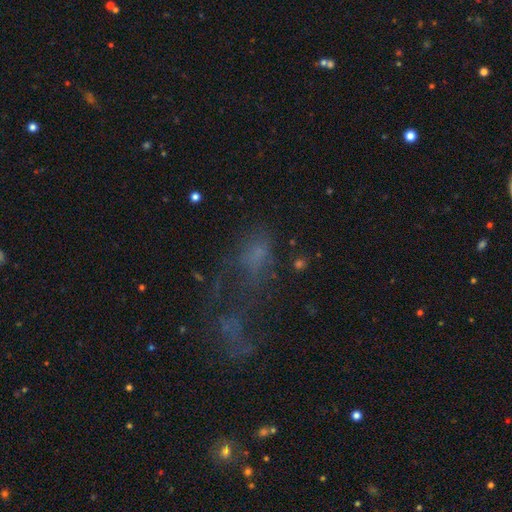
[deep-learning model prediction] Smooth or featured? smooth (42%)
Merging? major disturbance (46%)